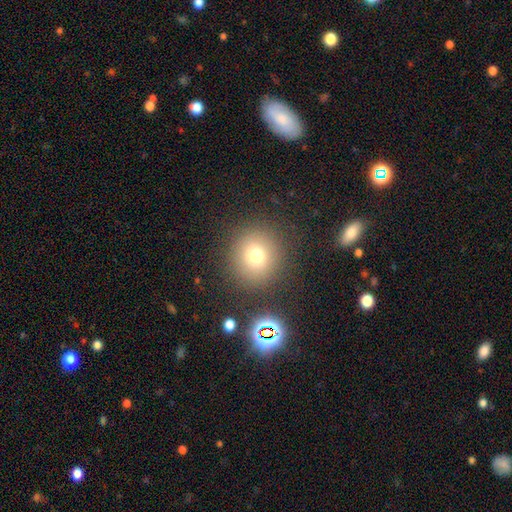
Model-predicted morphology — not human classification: Smooth or featured?
  - smooth: 72% *
  - star or artifact: 18%
  - featured or disk: 10%
How rounded?
  - round: 92% *
  - in between: 7%
  - cigar-shaped: 1%
Merging?
  - none: 86% *
  - minor disturbance: 7%
  - major disturbance: 4%
  - merger: 3%